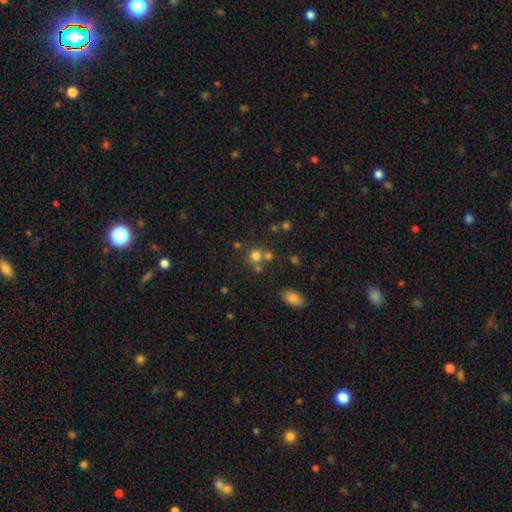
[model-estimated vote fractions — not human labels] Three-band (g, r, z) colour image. It shows a smooth galaxy with no disk features (72%) that is round (85%). Merging: none (58%).